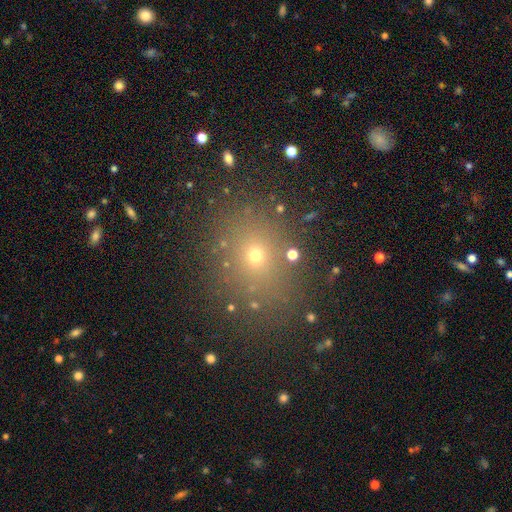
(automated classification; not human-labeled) Smooth or featured: smooth — 63% (star or artifact — 26%)
How rounded: round — 63% (in between — 35%)
Merging: none — 83% (minor disturbance — 10%)